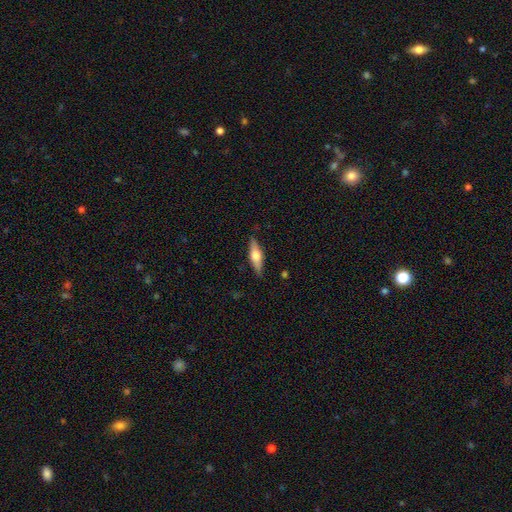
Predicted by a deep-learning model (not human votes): Smooth or featured? featured or disk (52%)
Edge-on disk? yes (93%)
Merging? none (86%)